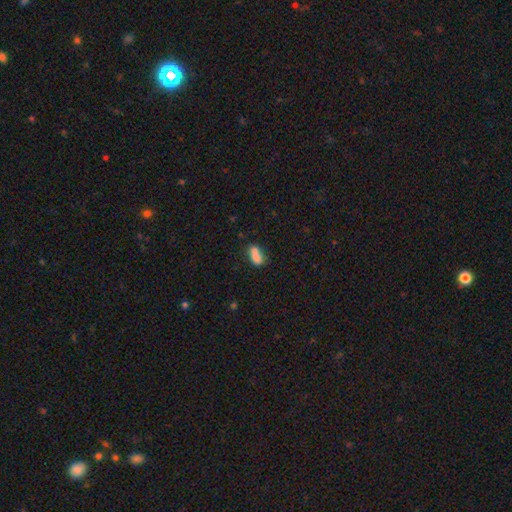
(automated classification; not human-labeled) Smooth or featured? Predicted: smooth (p=0.82). How rounded? Predicted: in between (p=0.79). Merging? Predicted: none (p=0.54).